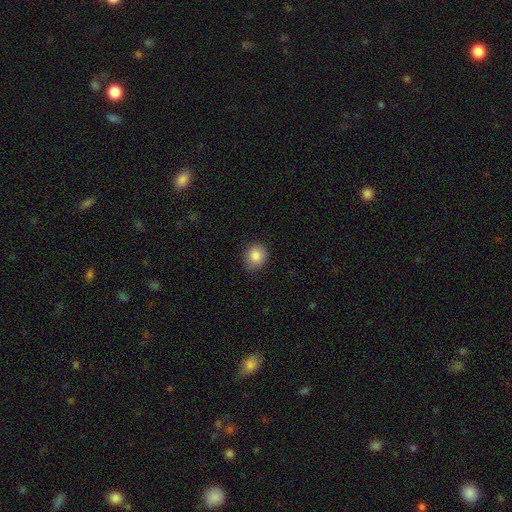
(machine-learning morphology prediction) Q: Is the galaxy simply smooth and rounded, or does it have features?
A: smooth — 86%.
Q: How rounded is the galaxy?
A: round — 75%.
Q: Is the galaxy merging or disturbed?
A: none — 85%.